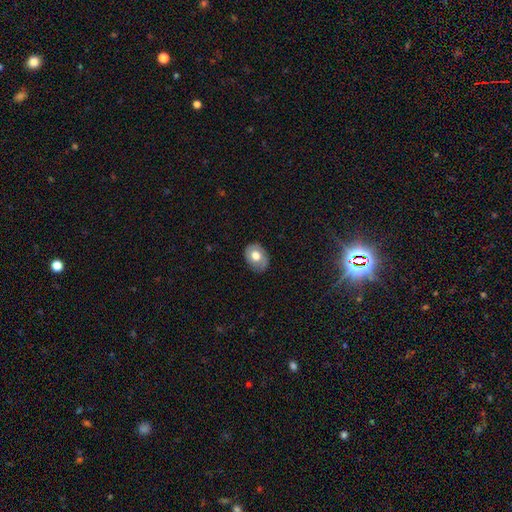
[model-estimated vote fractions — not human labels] This appears to be a smooth galaxy with no disk features (66%) that is in between round and cigar-shaped (64%). Merging: none (80%).